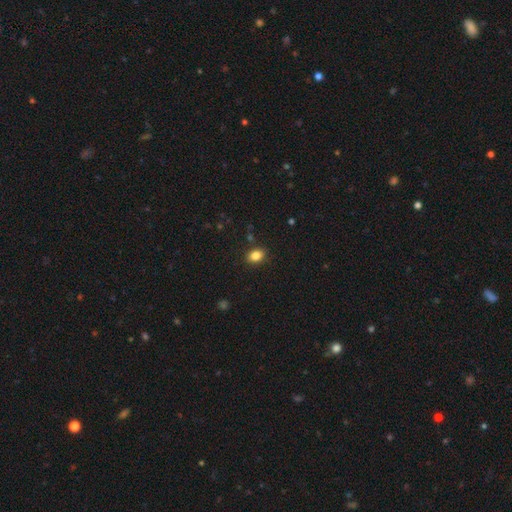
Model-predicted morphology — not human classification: smooth_or_featured: smooth (p=0.84) [alt: star or artifact p=0.10]
how_rounded: in between (p=0.68) [alt: round p=0.30]
merging: none (p=0.87) [alt: minor disturbance p=0.09]